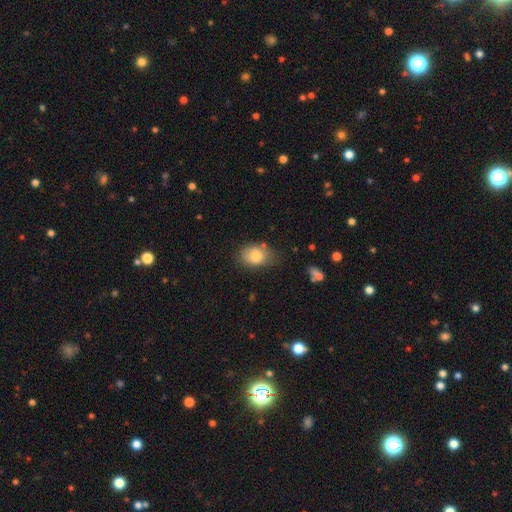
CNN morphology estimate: A smooth galaxy with no disk features (78%) that is in between round and cigar-shaped (70%).

Vote fractions:
- Smooth or featured? smooth: 78% / featured or disk: 13% / star or artifact: 8%
- How rounded? in between: 70% / round: 29% / cigar-shaped: 1%
- Merging? none: 61% / minor disturbance: 28% / major disturbance: 6% / merger: 5%